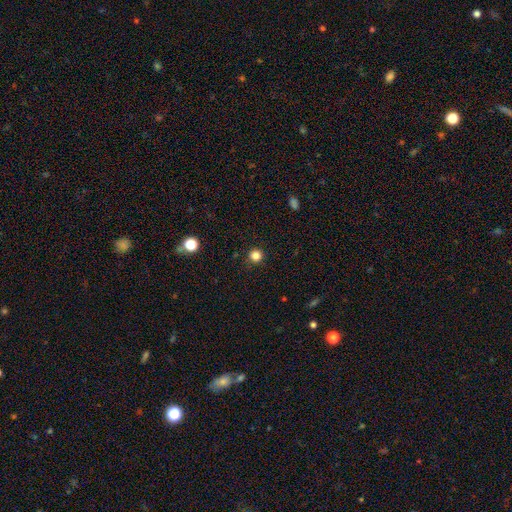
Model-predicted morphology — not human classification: A smooth galaxy with no disk features (83%) that is round (95%).

Vote fractions:
- Smooth or featured? smooth: 83% / star or artifact: 13% / featured or disk: 4%
- How rounded? round: 95% / in between: 4% / cigar-shaped: 1%
- Merging? none: 90% / minor disturbance: 6% / major disturbance: 2% / merger: 1%